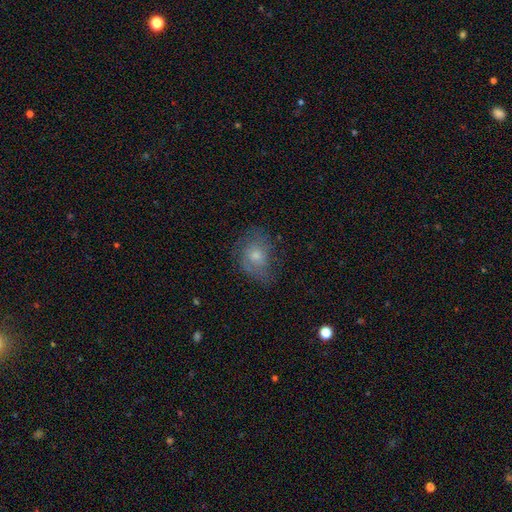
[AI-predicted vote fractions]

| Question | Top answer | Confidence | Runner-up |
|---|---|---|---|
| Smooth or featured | smooth | 44% | tied: featured or disk (44%) |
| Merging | none | 61% | minor disturbance (25%) |